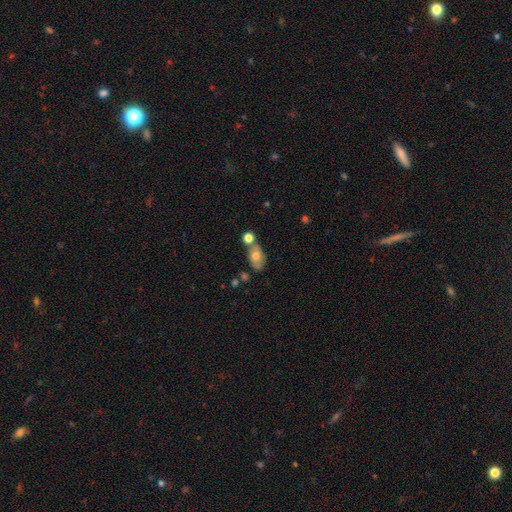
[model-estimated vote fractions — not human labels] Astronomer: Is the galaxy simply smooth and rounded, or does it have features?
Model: smooth — 68%.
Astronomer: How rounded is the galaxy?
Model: in between — 84%.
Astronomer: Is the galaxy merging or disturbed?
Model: none — 49% (runner-up: merger, 29%).